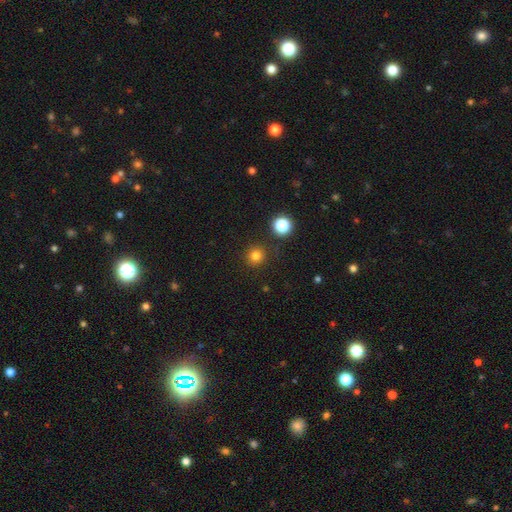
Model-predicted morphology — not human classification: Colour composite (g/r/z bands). It shows a smooth galaxy with no disk features (80%) that is round (94%). Merging: none (89%).